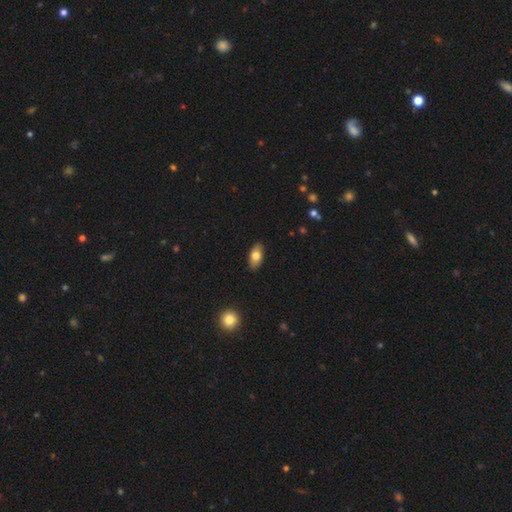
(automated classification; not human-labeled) Morphology: type=smooth (76%); roundness=in between (89%); merging=none (88%).